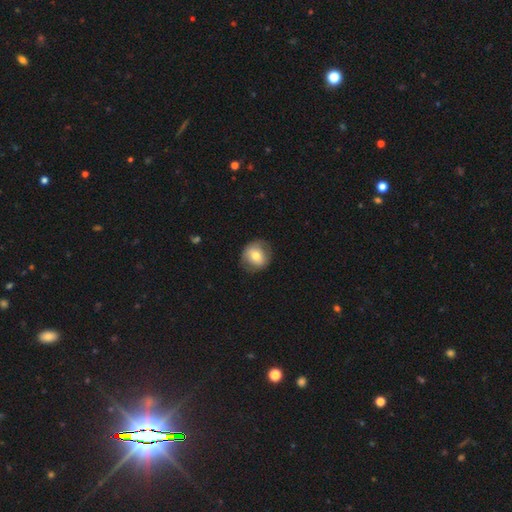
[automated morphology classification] This is likely a smooth galaxy (67%). How rounded: likely round (80%). Merging: likely none (78%).